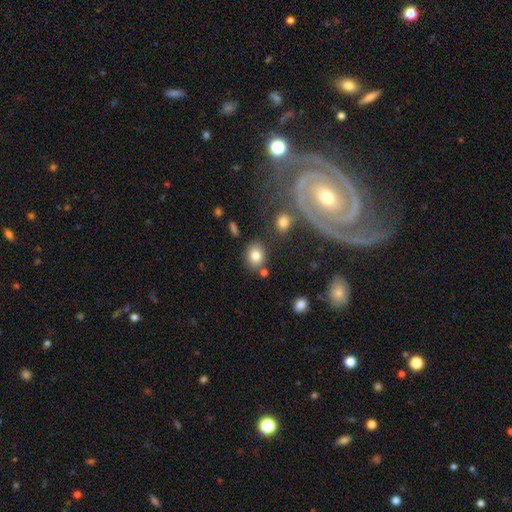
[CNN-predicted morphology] Smooth or featured? Predicted: smooth (p=0.80). How rounded? Predicted: round (p=0.51). Merging? Predicted: none (p=0.78).